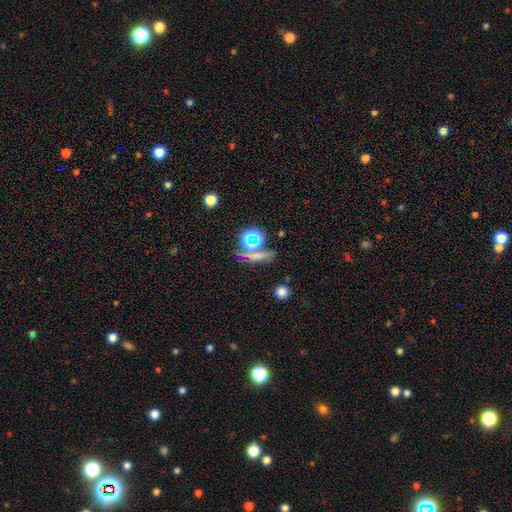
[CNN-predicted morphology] Smooth or featured? Predicted: smooth (p=0.44). Merging? Predicted: none (p=0.67).